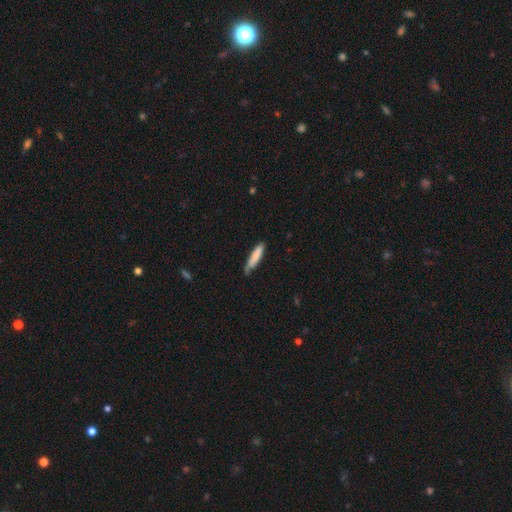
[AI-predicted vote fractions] A smooth galaxy with no disk features (79%) that is cigar-shaped (83%).

Vote fractions:
- Smooth or featured? smooth: 79% / featured or disk: 15% / star or artifact: 6%
- How rounded? cigar-shaped: 83% / in between: 16% / round: 1%
- Merging? none: 64% / minor disturbance: 29% / major disturbance: 5% / merger: 2%